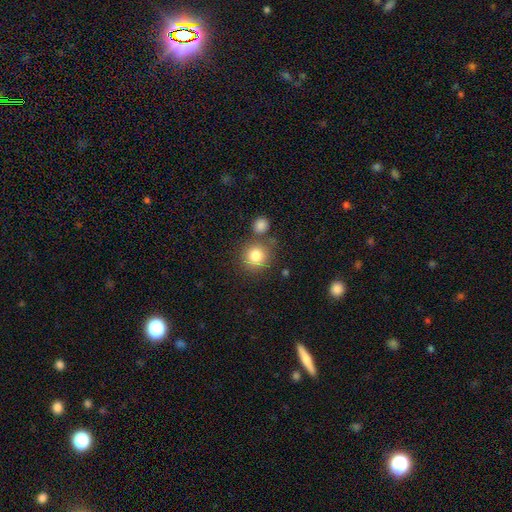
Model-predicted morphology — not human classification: smooth 82%, star or artifact 10%, featured or disk 8%. Down the decision tree: how rounded — round (89%); merging — none (72%).